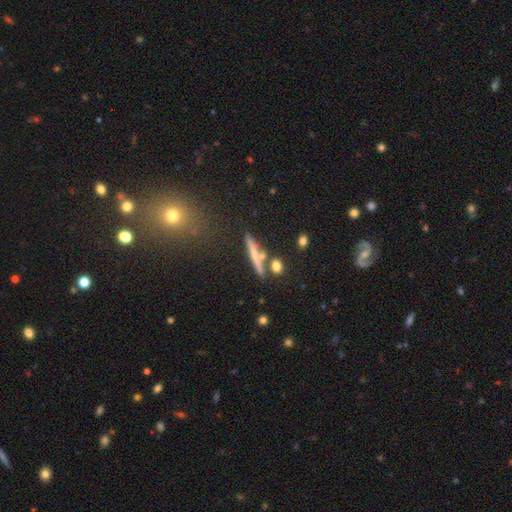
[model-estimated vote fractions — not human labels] The model was most divided on "smooth or featured": smooth: 52%, featured or disk: 37%, star or artifact: 11%. More confident: how rounded — cigar-shaped (82%); merging — none (71%).